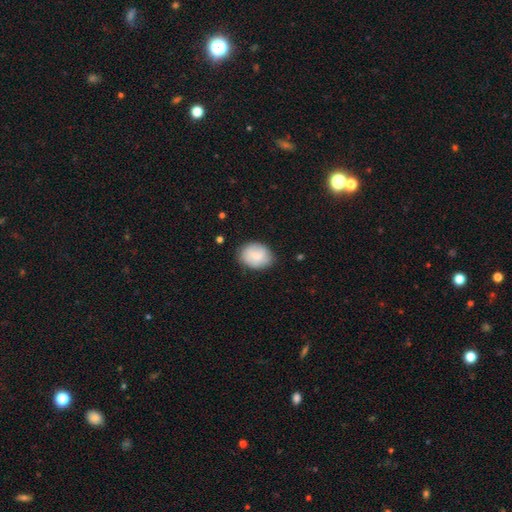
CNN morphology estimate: Overall: smooth (78%). How rounded: in between (65%; round 34%). Merging: none (77%).